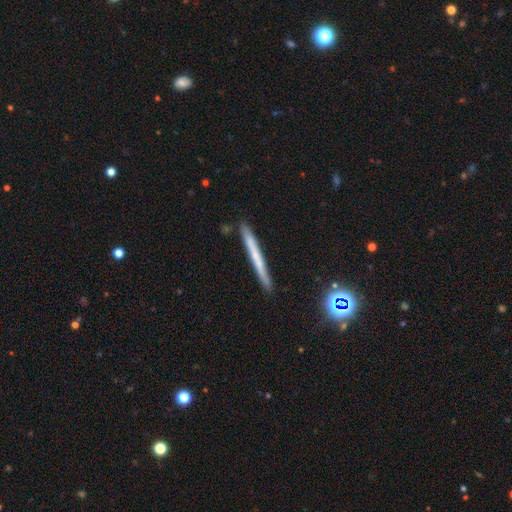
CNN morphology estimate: smooth_or_featured: smooth (p=0.46) [alt: featured or disk p=0.44]
merging: none (p=0.89) [alt: minor disturbance p=0.08]